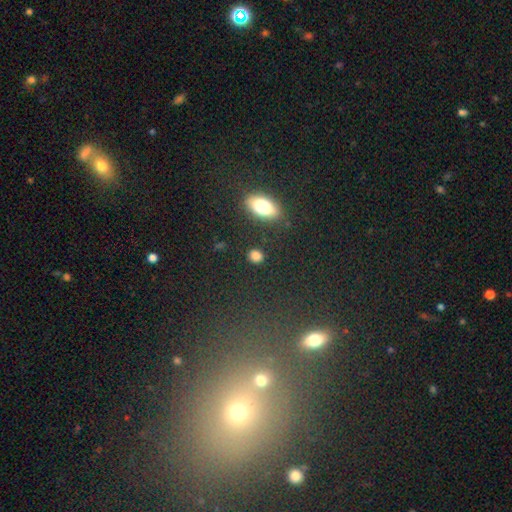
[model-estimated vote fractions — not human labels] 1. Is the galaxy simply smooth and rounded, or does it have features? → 83% smooth, 12% star or artifact, 5% featured or disk.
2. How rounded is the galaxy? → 62% round, 36% in between, 3% cigar-shaped.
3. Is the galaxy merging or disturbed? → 87% none, 8% minor disturbance, 3% major disturbance, 2% merger.